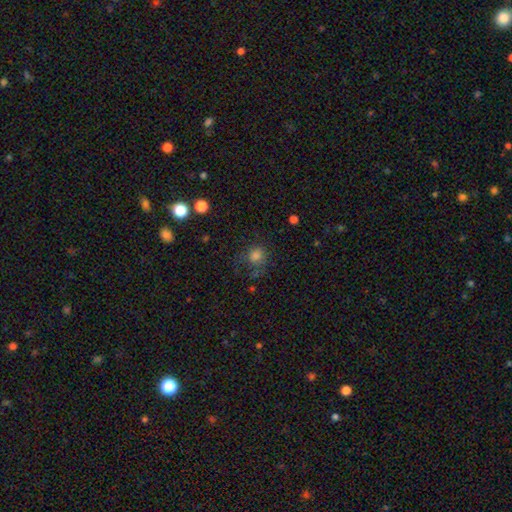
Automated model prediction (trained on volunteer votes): Q: Smooth or featured?
A: smooth (75%); runner-up: star or artifact (17%)
Q: How rounded?
A: round (82%); runner-up: in between (17%)
Q: Merging?
A: none (64%); runner-up: minor disturbance (20%)